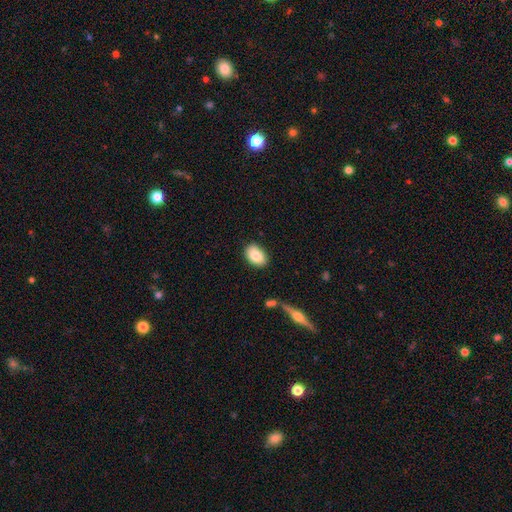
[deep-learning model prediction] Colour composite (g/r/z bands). It shows a smooth galaxy with no disk features (83%) that is in between round and cigar-shaped (84%). Merging: none (86%).